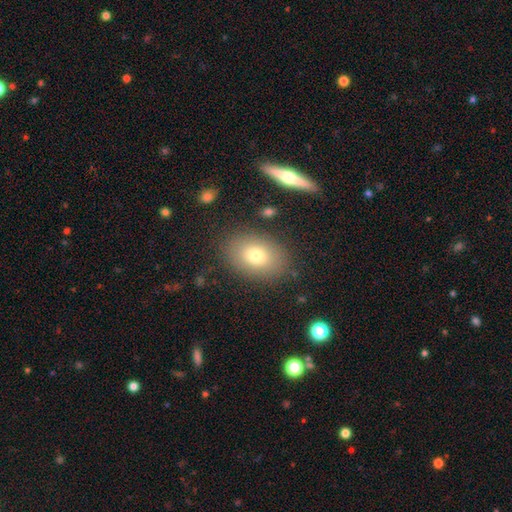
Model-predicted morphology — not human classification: smooth 73%, featured or disk 16%, star or artifact 11%. Down the decision tree: how rounded — in between (74%); merging — none (83%).